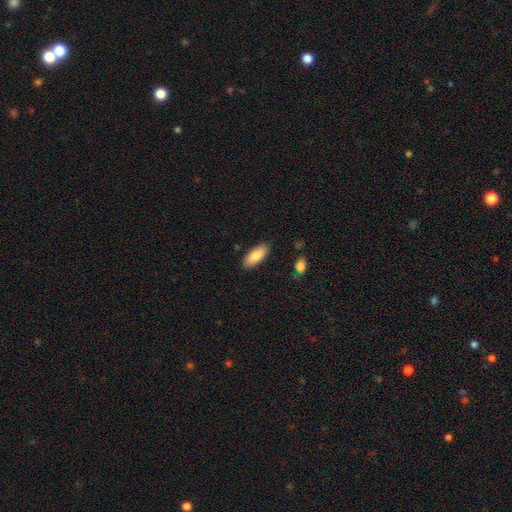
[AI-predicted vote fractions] Smooth or featured? Predicted: smooth (p=0.82). How rounded? Predicted: in between (p=0.80). Merging? Predicted: none (p=0.87).